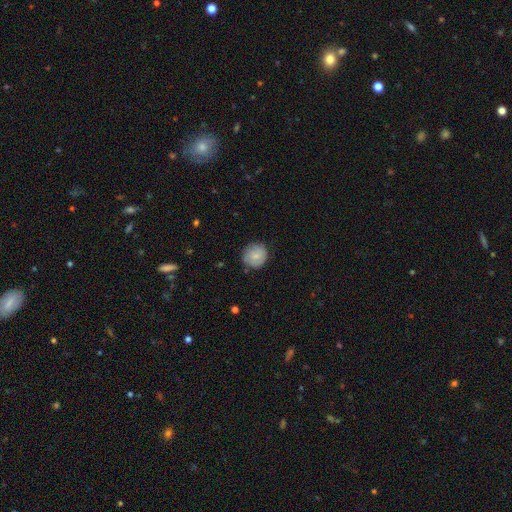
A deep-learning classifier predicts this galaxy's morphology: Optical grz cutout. It shows a smooth galaxy with no disk features (74%) that is round (90%). Merging: none (81%).